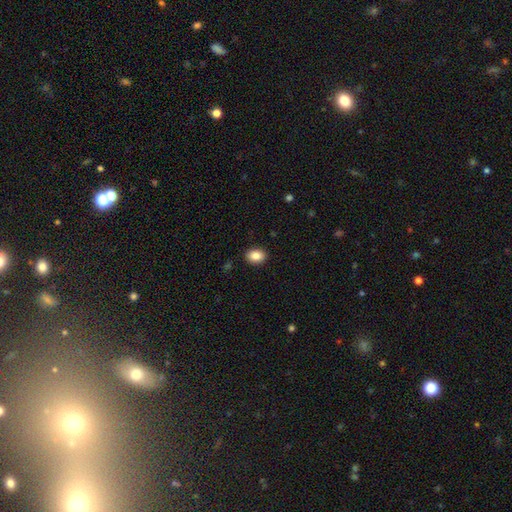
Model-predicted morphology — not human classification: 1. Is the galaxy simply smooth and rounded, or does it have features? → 87% smooth, 8% star or artifact, 5% featured or disk.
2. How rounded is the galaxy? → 70% in between, 29% round, 1% cigar-shaped.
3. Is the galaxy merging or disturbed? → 90% none, 7% minor disturbance, 2% major disturbance, 1% merger.